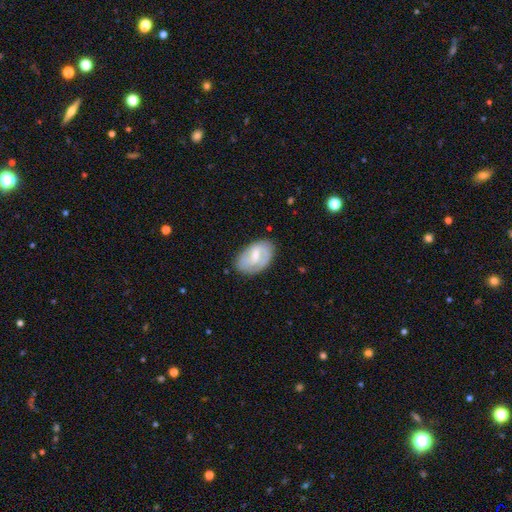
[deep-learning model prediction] Smooth or featured?
  - featured or disk: 58% *
  - smooth: 36%
  - star or artifact: 6%
Edge-on disk?
  - no: 96% *
  - yes: 4%
Bar?
  - weak: 55% *
  - no: 26%
  - strong: 18%
Spiral arms?
  - yes: 78% *
  - no: 22%
Bulge size?
  - moderate: 39% * (tied)
  - small: 39% * (tied)
  - none: 14%
  - large: 6%
  - dominant: 1%
Merging?
  - none: 69% *
  - minor disturbance: 21%
  - major disturbance: 8%
  - merger: 2%